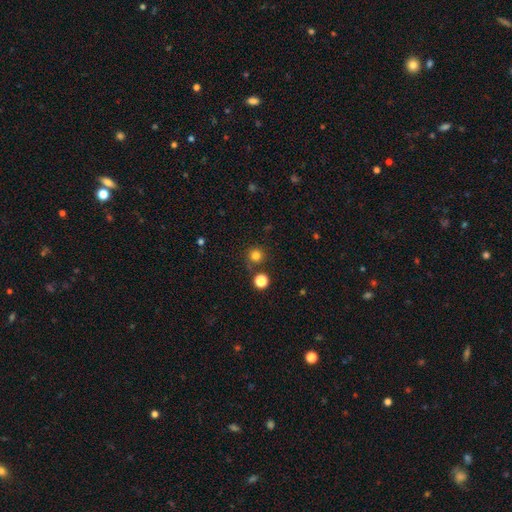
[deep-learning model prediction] Smooth or featured?
  - smooth: 80% *
  - star or artifact: 15%
  - featured or disk: 5%
How rounded?
  - round: 95% *
  - in between: 4%
  - cigar-shaped: 1%
Merging?
  - none: 82% *
  - merger: 8%
  - minor disturbance: 7%
  - major disturbance: 3%